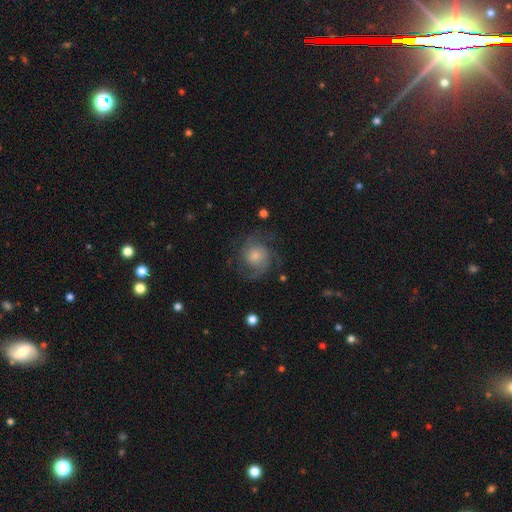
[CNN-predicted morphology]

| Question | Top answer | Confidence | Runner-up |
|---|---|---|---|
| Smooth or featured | featured or disk | 74% | smooth (19%) |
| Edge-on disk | no | 98% | yes (2%) |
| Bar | no | 71% | weak (26%) |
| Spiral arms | yes | 94% | no (6%) |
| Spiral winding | medium | 50% | tight (28%) |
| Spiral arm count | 2 | 62% | 3 (14%) |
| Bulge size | small | 47% | moderate (34%) |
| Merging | none | 69% | minor disturbance (16%) |